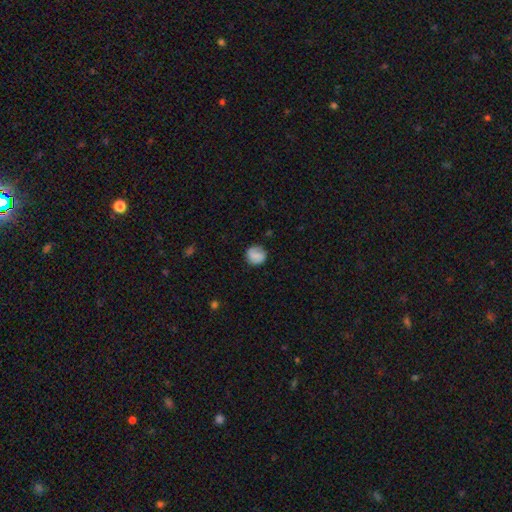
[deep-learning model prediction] smooth_or_featured: smooth (p=0.77) [alt: featured or disk p=0.15]
how_rounded: round (p=0.87) [alt: in between p=0.12]
merging: none (p=0.79) [alt: minor disturbance p=0.15]